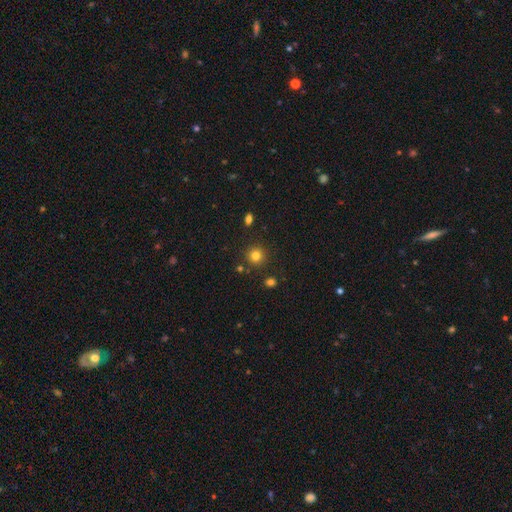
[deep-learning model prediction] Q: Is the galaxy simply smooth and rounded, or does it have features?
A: smooth — 81%.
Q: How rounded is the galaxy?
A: round — 93%.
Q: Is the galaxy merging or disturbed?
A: none — 88%.